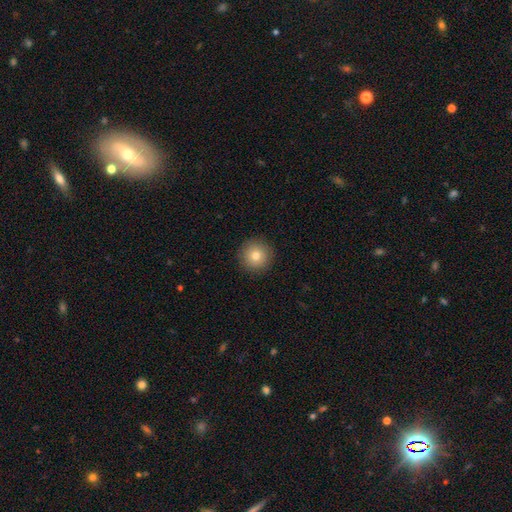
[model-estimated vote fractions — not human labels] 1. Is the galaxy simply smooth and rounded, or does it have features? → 79% smooth, 11% featured or disk, 10% star or artifact.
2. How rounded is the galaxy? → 96% round, 3% in between, 1% cigar-shaped.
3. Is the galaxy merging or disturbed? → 91% none, 6% minor disturbance, 2% major disturbance, 1% merger.